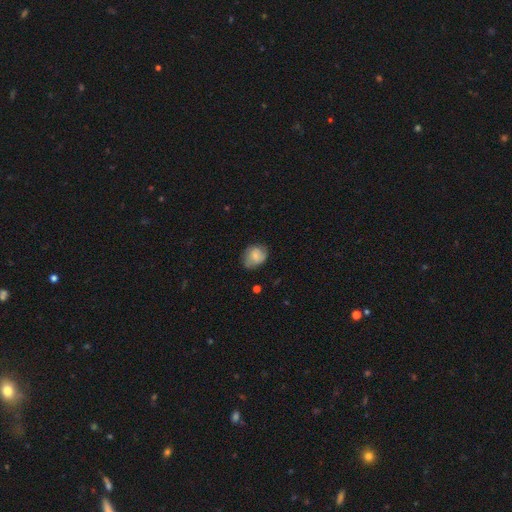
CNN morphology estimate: This appears to be a smooth galaxy with no disk features (69%) that is round (54%). Merging: none (64%).